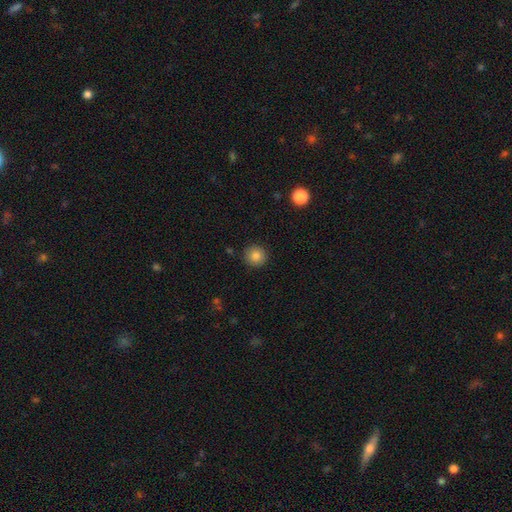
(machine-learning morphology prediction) Smooth or featured?
  - smooth: 84% *
  - star or artifact: 10%
  - featured or disk: 6%
How rounded?
  - round: 95% *
  - in between: 4%
  - cigar-shaped: 1%
Merging?
  - none: 91% *
  - minor disturbance: 6%
  - major disturbance: 2%
  - merger: 1%